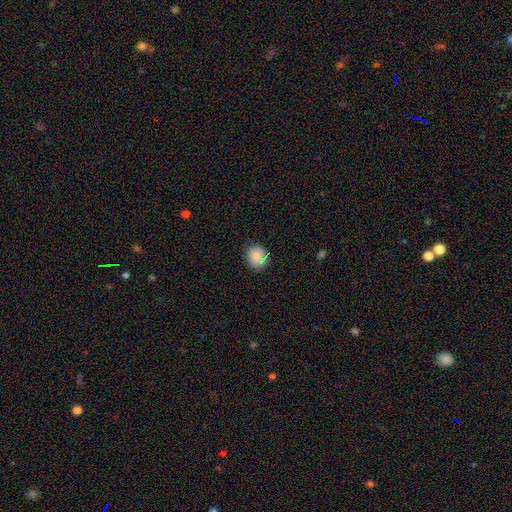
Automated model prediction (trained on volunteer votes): Morphology: type=smooth (82%); roundness=round (82%); merging=none (79%).